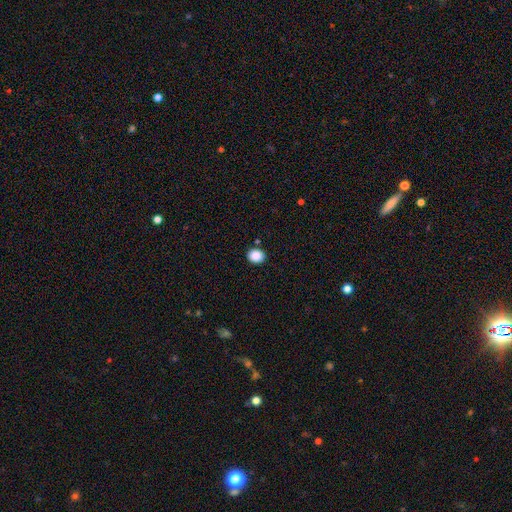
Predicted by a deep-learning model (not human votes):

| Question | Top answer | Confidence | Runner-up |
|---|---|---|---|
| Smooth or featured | smooth | 88% | star or artifact (9%) |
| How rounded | round | 64% | in between (36%) |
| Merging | none | 88% | minor disturbance (7%) |